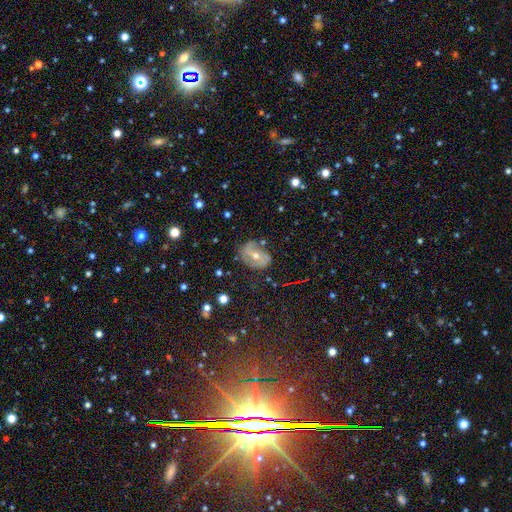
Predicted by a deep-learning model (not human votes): The model was most divided on "bar": no: 48%, weak: 35%, strong: 16%. More confident: edge-on disk — no (94%); spiral arms — yes (68%); merging — none (66%); smooth or featured — featured or disk (58%); bulge size — moderate (56%).